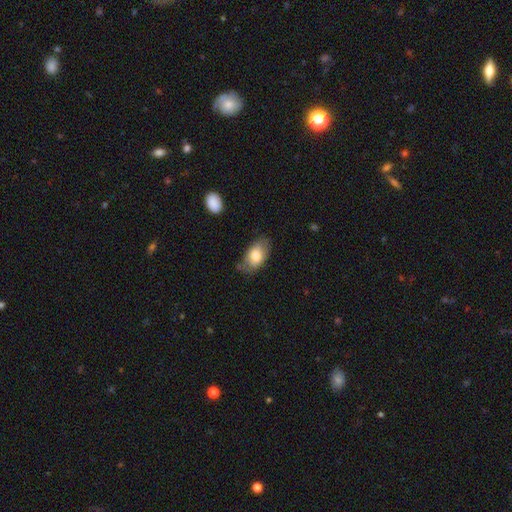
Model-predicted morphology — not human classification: smooth-or-featured: smooth: 74% | featured or disk: 19% | star or artifact: 6%
  how-rounded: in between: 92% | round: 7% | cigar-shaped: 2%
  merging: none: 64% | minor disturbance: 27% | major disturbance: 7% | merger: 3%